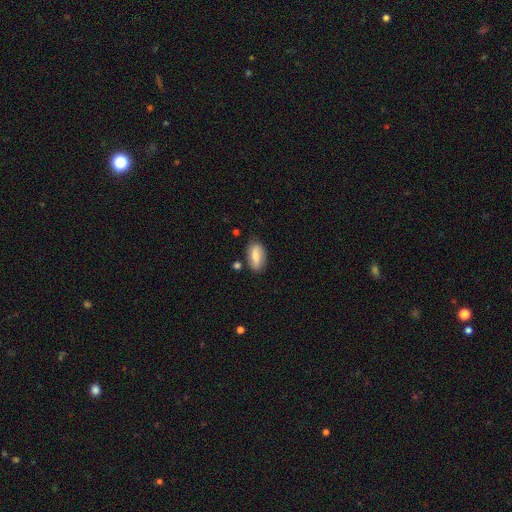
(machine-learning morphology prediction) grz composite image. It shows a smooth galaxy with no disk features (67%) that is in between round and cigar-shaped (88%). Merging: none (79%).